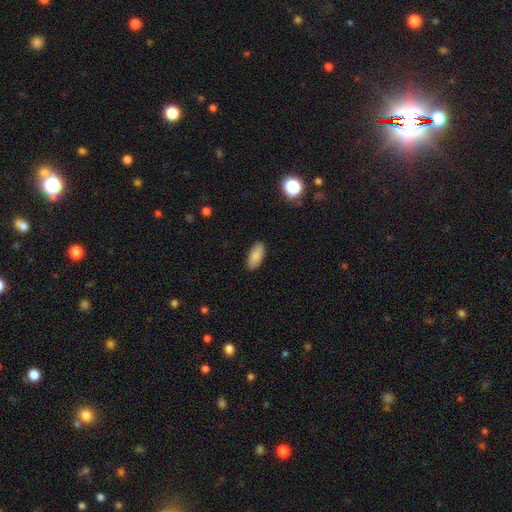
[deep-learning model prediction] This appears to be a smooth galaxy with no disk features (87%) that is in between round and cigar-shaped (86%). Merging: none (88%).